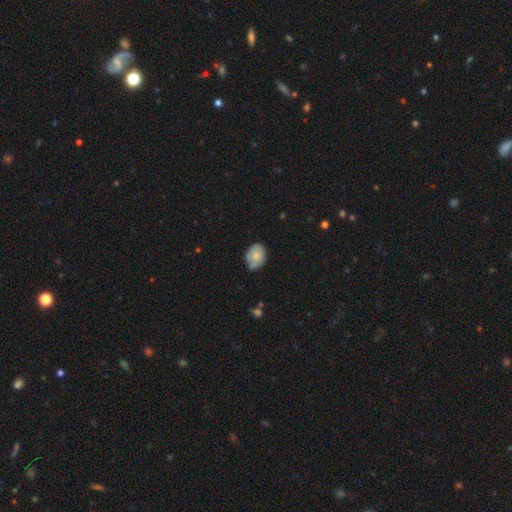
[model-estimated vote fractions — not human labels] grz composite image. It shows a smooth galaxy with no disk features (69%) that is in between round and cigar-shaped (72%). Merging: none (58%).